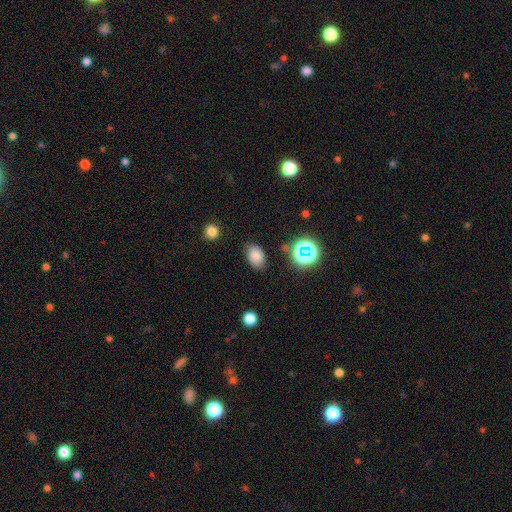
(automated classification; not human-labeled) This appears to be a smooth galaxy with no disk features (79%) that is in between round and cigar-shaped (83%). Merging: none (79%).